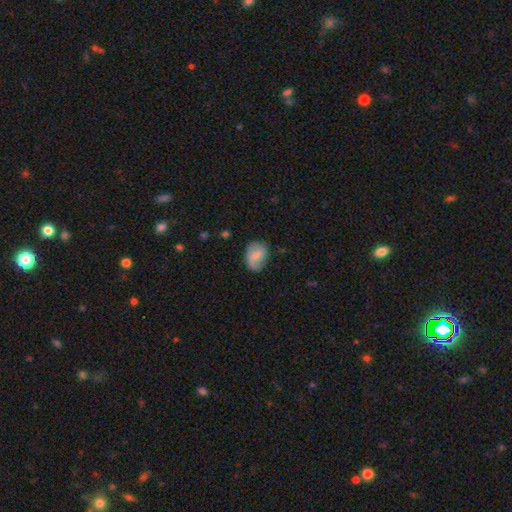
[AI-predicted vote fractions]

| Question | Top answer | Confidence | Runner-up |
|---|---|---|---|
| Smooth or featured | smooth | 60% | featured or disk (33%) |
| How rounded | in between | 68% | round (31%) |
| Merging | none | 63% | minor disturbance (26%) |